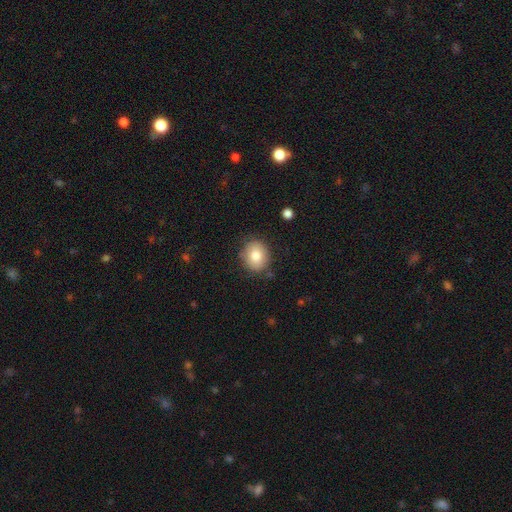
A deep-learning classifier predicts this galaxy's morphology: type=smooth (81%); roundness=round (65%); merging=none (83%).